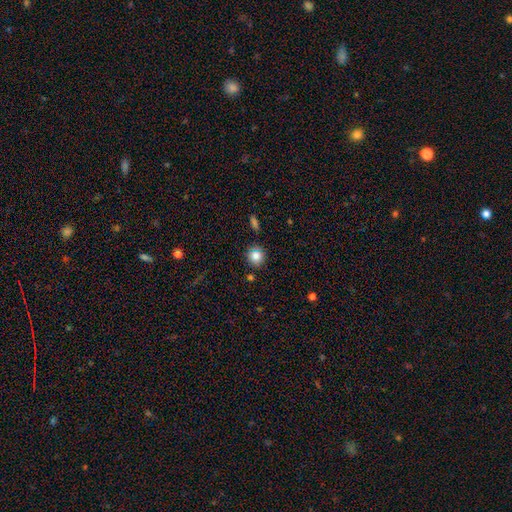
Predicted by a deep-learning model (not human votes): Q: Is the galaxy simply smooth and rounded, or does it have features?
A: smooth — 84%.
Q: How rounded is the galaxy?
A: round — 90%.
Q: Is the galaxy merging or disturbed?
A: none — 85%.